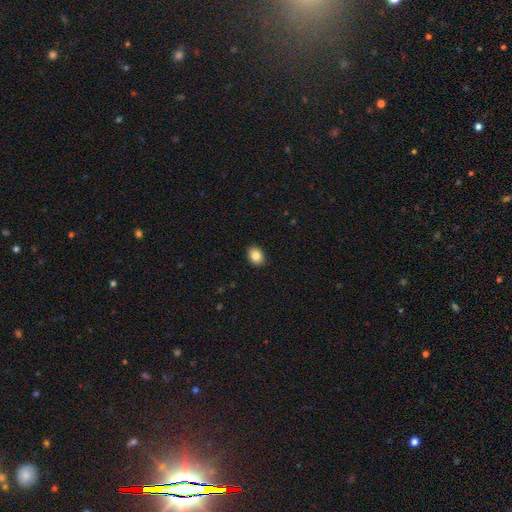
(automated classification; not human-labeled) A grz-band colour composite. It shows a smooth galaxy with no disk features (85%) that is in between round and cigar-shaped (67%). Merging: none (90%).